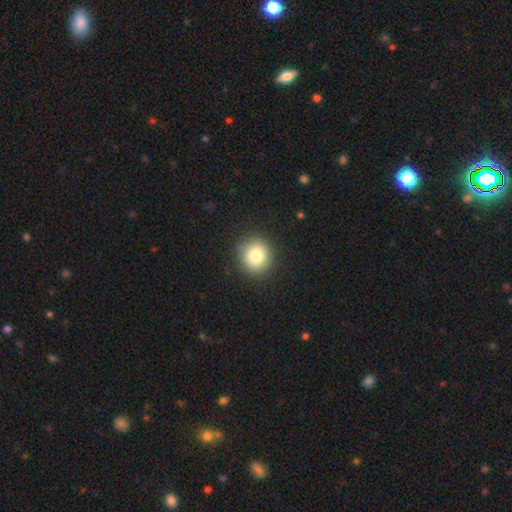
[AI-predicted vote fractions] Smooth or featured: smooth — 82% (star or artifact — 11%)
How rounded: round — 88% (in between — 11%)
Merging: none — 89% (minor disturbance — 7%)